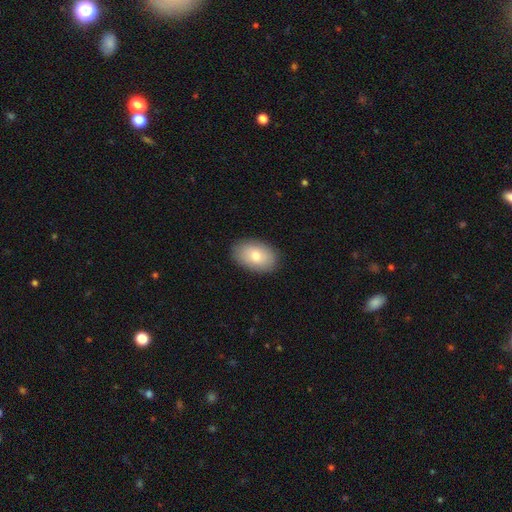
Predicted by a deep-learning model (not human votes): This is likely a smooth galaxy (76%). How rounded: clearly in between (89%). Merging: clearly none (87%).